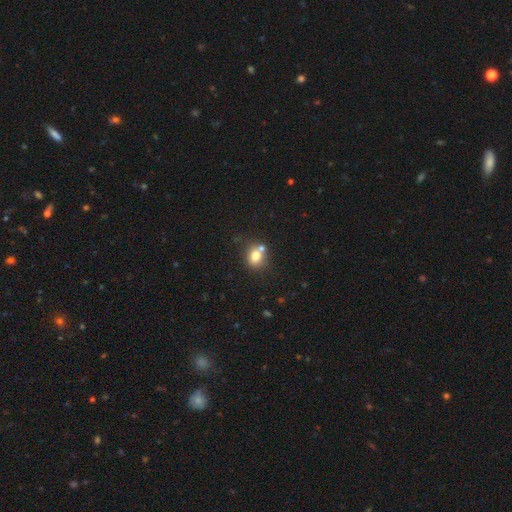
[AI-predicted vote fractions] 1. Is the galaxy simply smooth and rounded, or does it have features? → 77% smooth, 11% featured or disk, 11% star or artifact.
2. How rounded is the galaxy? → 59% round, 40% in between, 1% cigar-shaped.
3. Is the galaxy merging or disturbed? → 53% none, 31% merger, 12% minor disturbance, 4% major disturbance.